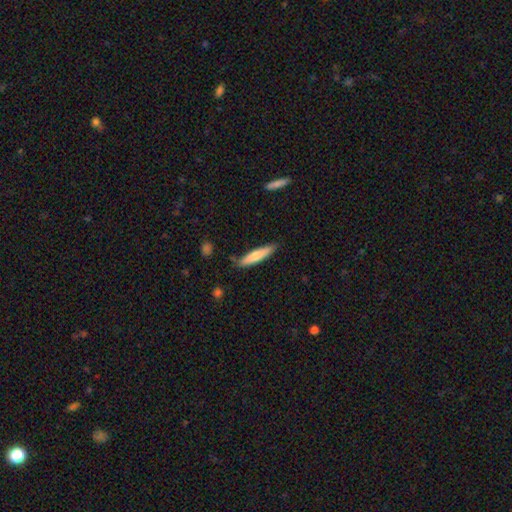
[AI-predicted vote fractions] This is likely a smooth galaxy (71%). How rounded: clearly cigar-shaped (86%). Merging: clearly none (84%).